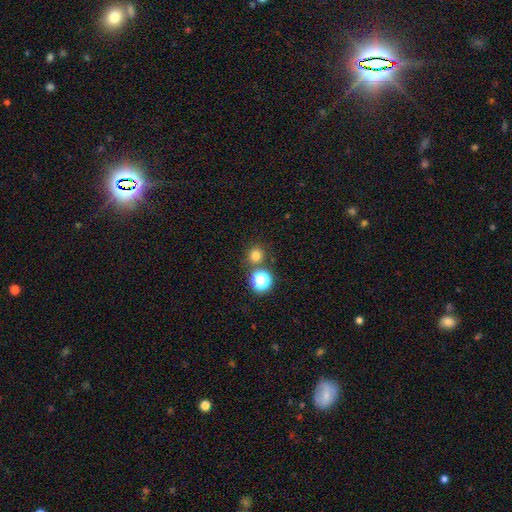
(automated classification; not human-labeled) The model was most divided on "smooth or featured": smooth: 75%, star or artifact: 20%, featured or disk: 6%. More confident: how rounded — round (92%); merging — none (78%).